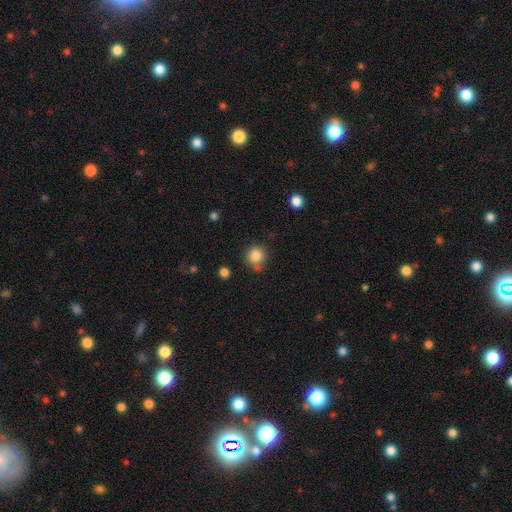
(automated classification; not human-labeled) Overall: smooth (85%). How rounded: round (91%). Merging: none (73%).